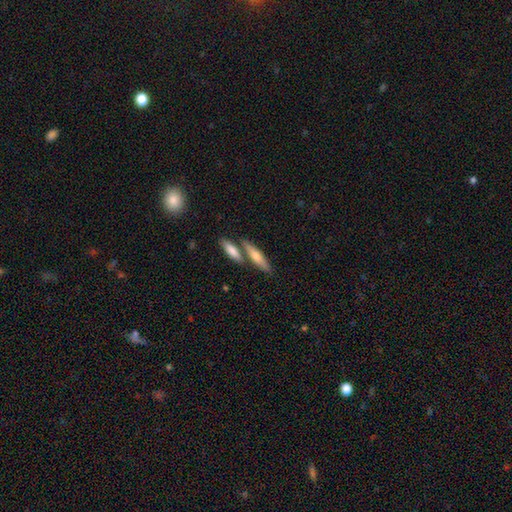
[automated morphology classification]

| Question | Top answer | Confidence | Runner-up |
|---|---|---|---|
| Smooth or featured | smooth | 60% | featured or disk (34%) |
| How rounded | cigar-shaped | 74% | in between (24%) |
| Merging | none | 60% | merger (28%) |